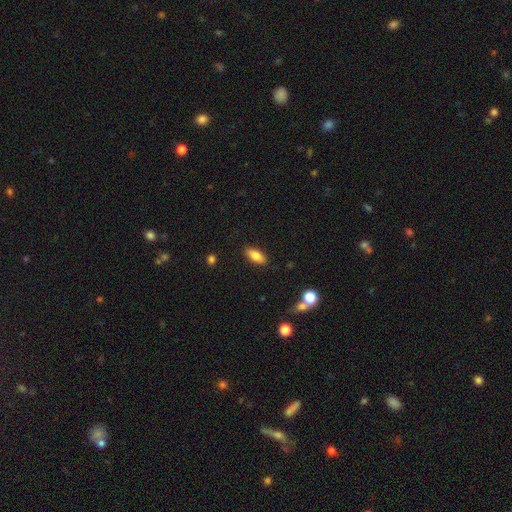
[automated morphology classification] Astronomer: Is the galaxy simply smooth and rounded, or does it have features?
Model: smooth — 79%.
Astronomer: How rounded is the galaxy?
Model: in between — 82%.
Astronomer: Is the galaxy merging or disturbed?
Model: none — 87%.